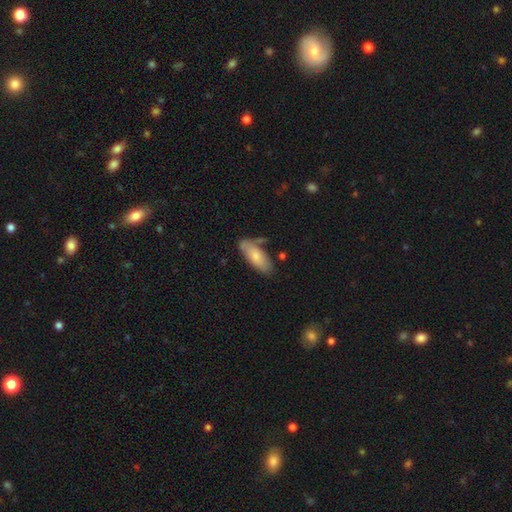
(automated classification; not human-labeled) Smooth or featured?
  - smooth: 73% *
  - featured or disk: 21%
  - star or artifact: 6%
How rounded?
  - in between: 78% *
  - cigar-shaped: 20%
  - round: 2%
Merging?
  - none: 63% *
  - minor disturbance: 23%
  - merger: 8%
  - major disturbance: 6%